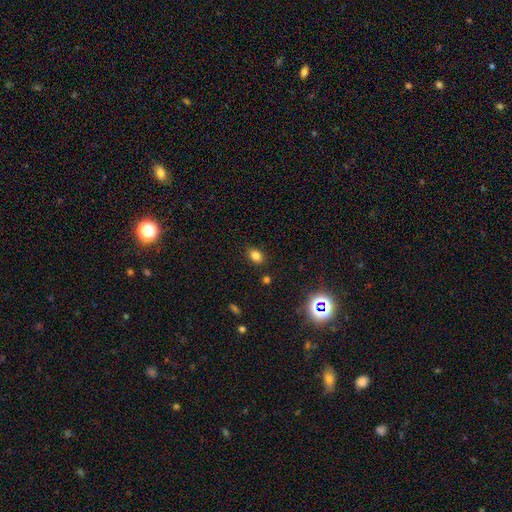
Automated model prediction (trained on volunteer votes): smooth-or-featured: smooth: 80% | star or artifact: 14% | featured or disk: 6%
  how-rounded: in between: 76% | round: 22% | cigar-shaped: 2%
  merging: none: 85% | minor disturbance: 10% | major disturbance: 3% | merger: 2%